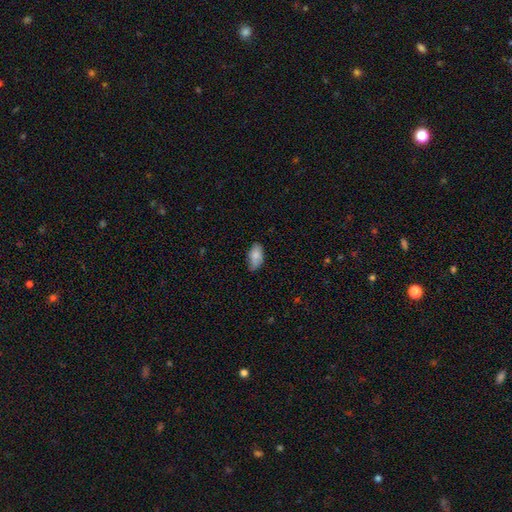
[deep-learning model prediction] smooth-or-featured: smooth: 81% | featured or disk: 12% | star or artifact: 8%
  how-rounded: in between: 93% | round: 4% | cigar-shaped: 4%
  merging: none: 60% | minor disturbance: 31% | major disturbance: 6% | merger: 2%